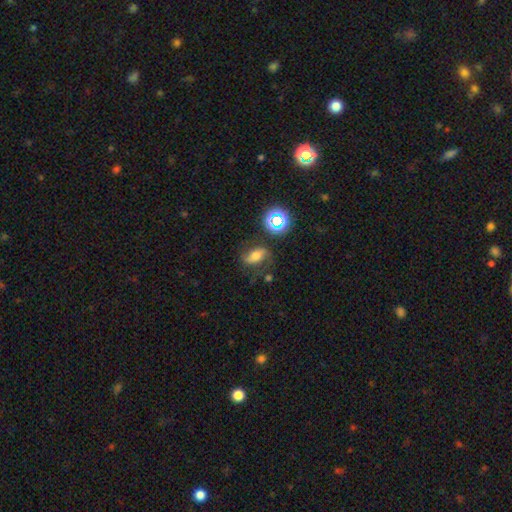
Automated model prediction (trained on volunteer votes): A featured or disk galaxy (41%). Merging: none (62%).